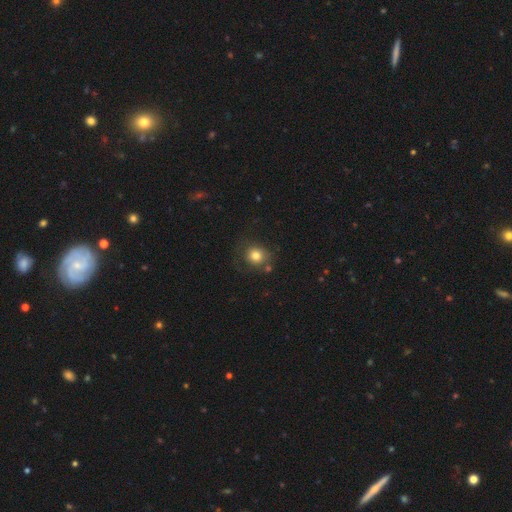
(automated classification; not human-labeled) Smooth or featured? Predicted: smooth (p=0.79). How rounded? Predicted: round (p=0.81). Merging? Predicted: none (p=0.73).